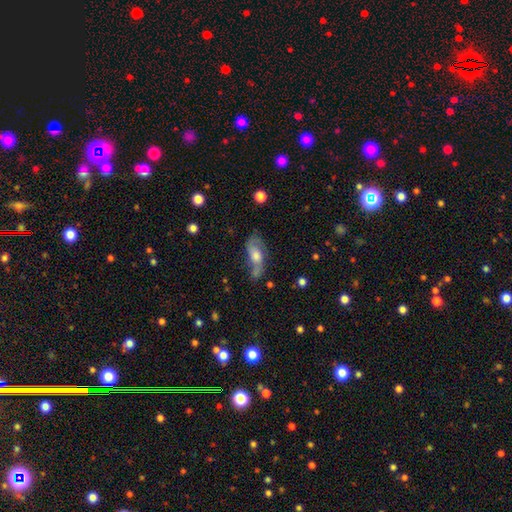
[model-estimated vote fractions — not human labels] This appears to be a featured or disk galaxy (56%). Merging: none (50%).